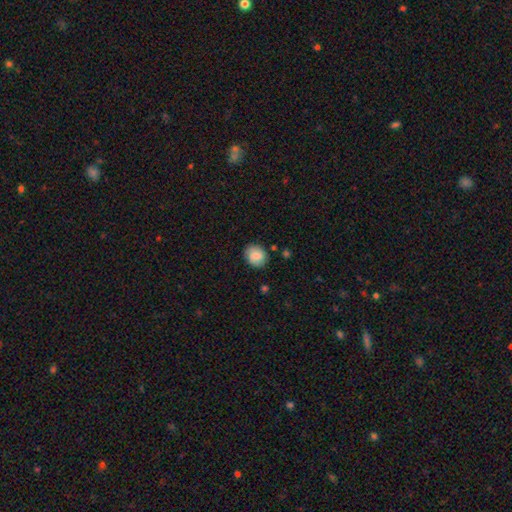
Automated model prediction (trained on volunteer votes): smooth_or_featured: smooth (p=0.76) [alt: featured or disk p=0.16]
how_rounded: round (p=0.66) [alt: in between p=0.33]
merging: none (p=0.79) [alt: minor disturbance p=0.15]